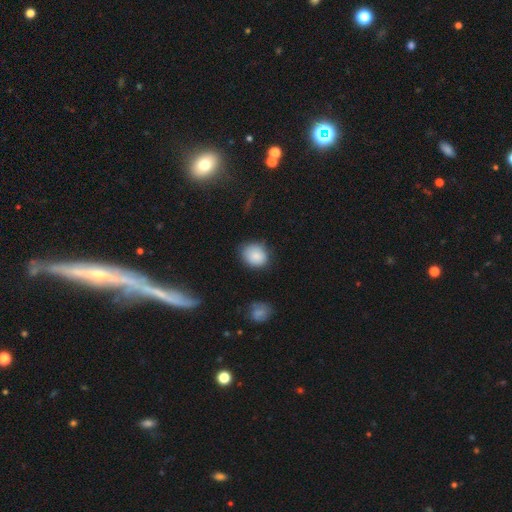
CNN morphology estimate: smooth_or_featured: smooth (p=0.86) [alt: star or artifact p=0.08]
how_rounded: round (p=0.60) [alt: in between p=0.39]
merging: none (p=0.75) [alt: minor disturbance p=0.19]